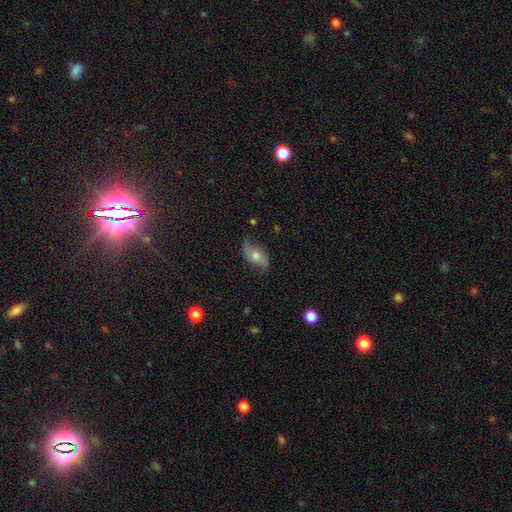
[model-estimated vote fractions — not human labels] This is possibly a featured or disk galaxy (47%). Merging: likely none (67%).